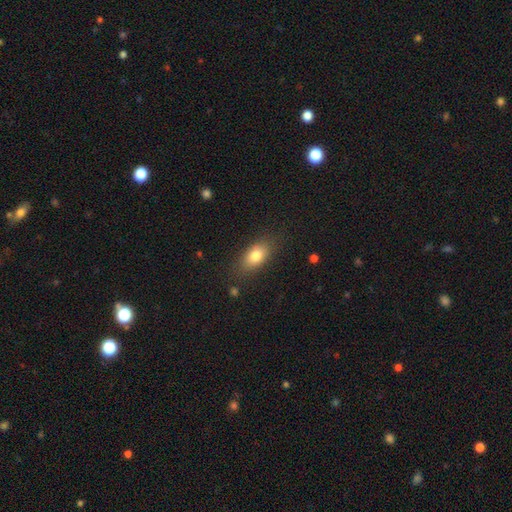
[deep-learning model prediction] A smooth galaxy with no disk features (79%) that is in between round and cigar-shaped (85%). Merging: none (80%).